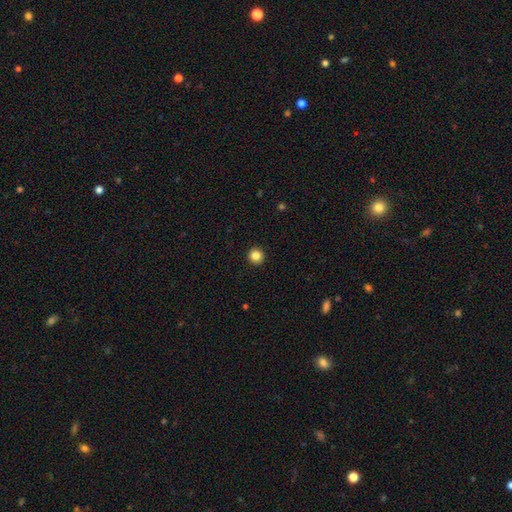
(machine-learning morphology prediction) Smooth or featured? smooth (85%)
How rounded? round (95%)
Merging? none (94%)